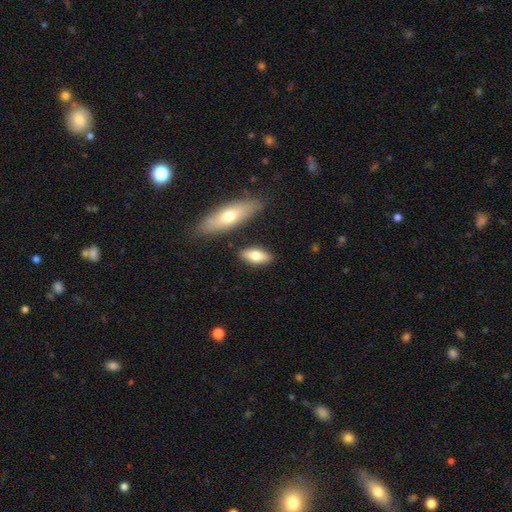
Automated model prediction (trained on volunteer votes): Smooth or featured?
  - smooth: 72% *
  - featured or disk: 22%
  - star or artifact: 6%
How rounded?
  - in between: 76% *
  - cigar-shaped: 21%
  - round: 3%
Merging?
  - none: 81% *
  - minor disturbance: 11%
  - merger: 5%
  - major disturbance: 3%